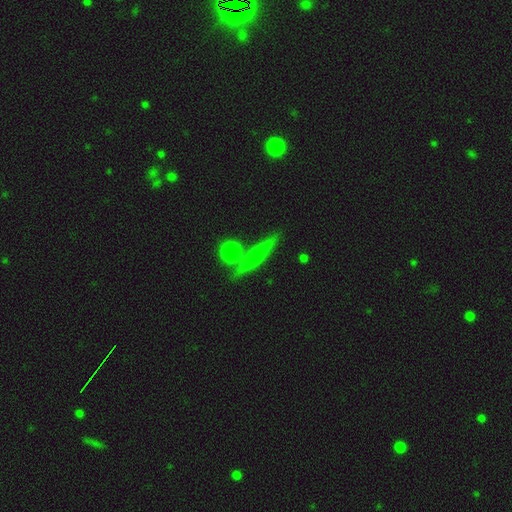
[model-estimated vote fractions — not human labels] Smooth or featured? featured or disk (52%)
Edge-on disk? yes (93%)
Merging? none (77%)